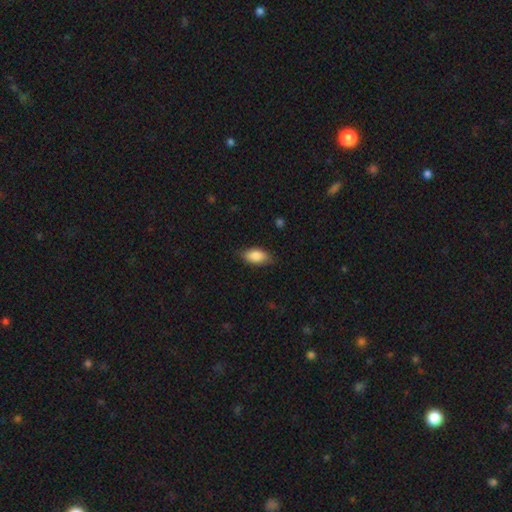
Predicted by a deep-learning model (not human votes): The model was most divided on "merging": none: 80%, minor disturbance: 16%, major disturbance: 3%, merger: 1%. More confident: how rounded — in between (92%); smooth or featured — smooth (87%).